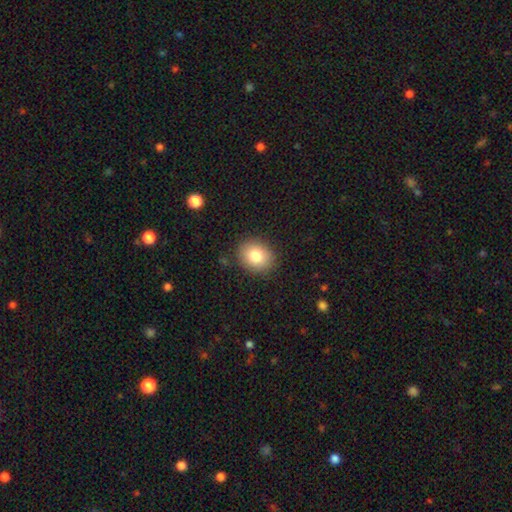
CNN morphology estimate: This is clearly a smooth galaxy (81%). How rounded: possibly round (58%). Merging: clearly none (88%).